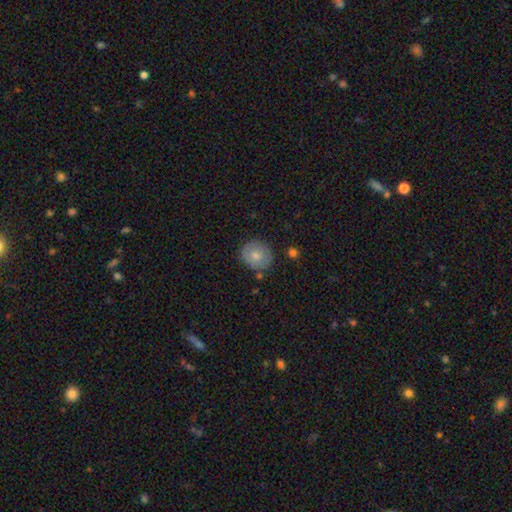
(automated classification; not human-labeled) Smooth or featured? Predicted: smooth (p=0.74). How rounded? Predicted: round (p=0.87). Merging? Predicted: none (p=0.82).